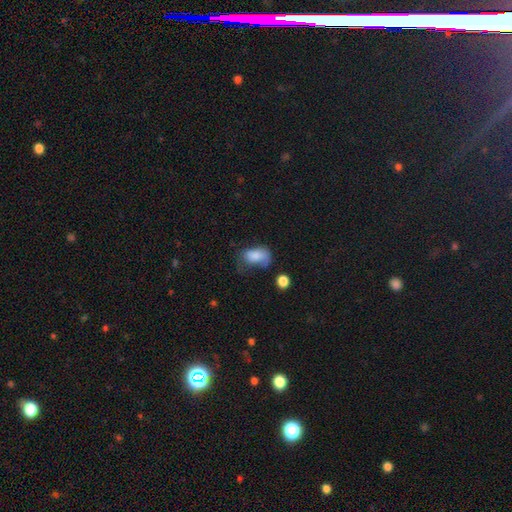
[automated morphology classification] type=smooth (75%); roundness=in between (87%); merging=major disturbance (36%).